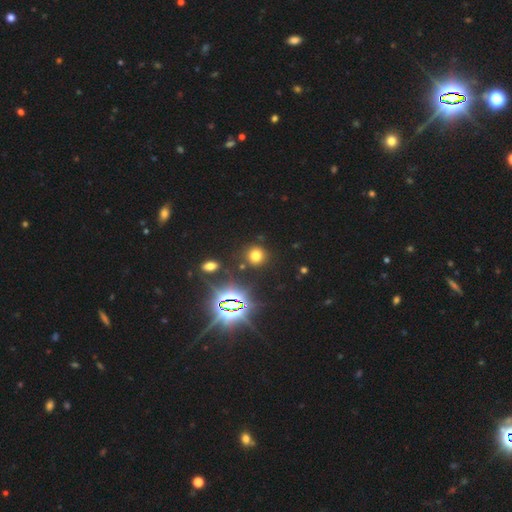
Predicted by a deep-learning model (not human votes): Smooth or featured: smooth — 65% (star or artifact — 27%)
How rounded: round — 89% (in between — 10%)
Merging: none — 86% (minor disturbance — 7%)